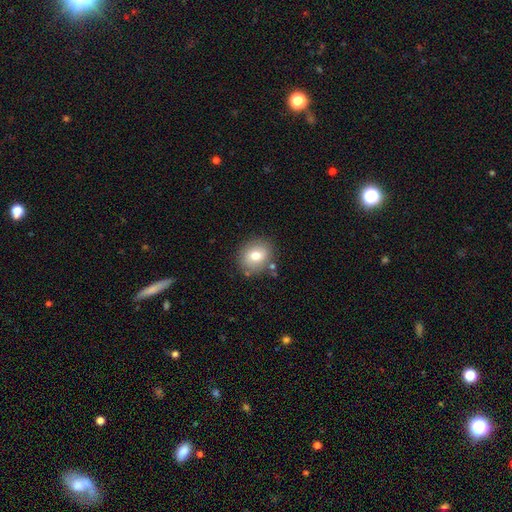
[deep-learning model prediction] Smooth or featured?
  - smooth: 76% *
  - featured or disk: 14%
  - star or artifact: 10%
How rounded?
  - round: 64% *
  - in between: 35%
  - cigar-shaped: 1%
Merging?
  - none: 82% *
  - minor disturbance: 11%
  - merger: 4%
  - major disturbance: 3%